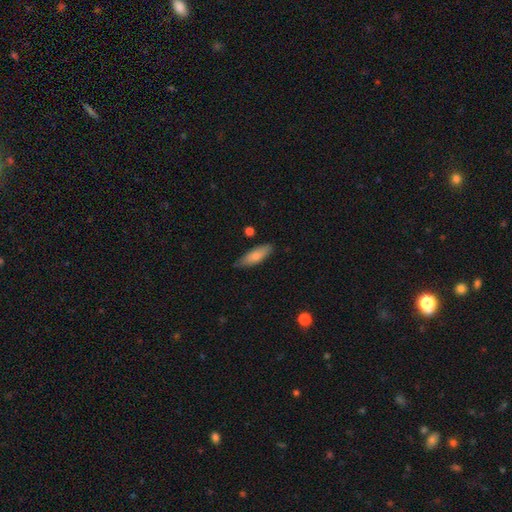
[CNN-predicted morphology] Smooth or featured?
  - smooth: 77% *
  - featured or disk: 17%
  - star or artifact: 6%
How rounded?
  - in between: 56% *
  - cigar-shaped: 42%
  - round: 2%
Merging?
  - none: 78% *
  - minor disturbance: 17%
  - major disturbance: 3%
  - merger: 2%